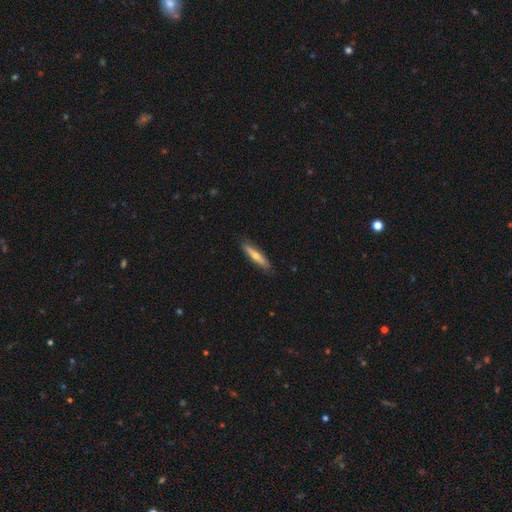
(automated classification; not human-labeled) Q: Smooth or featured?
A: smooth (56%); runner-up: featured or disk (38%)
Q: How rounded?
A: cigar-shaped (86%); runner-up: in between (13%)
Q: Merging?
A: none (87%); runner-up: minor disturbance (10%)